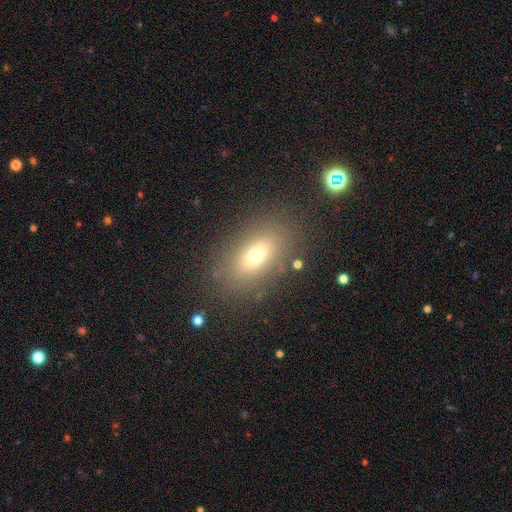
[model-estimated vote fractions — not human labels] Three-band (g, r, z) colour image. It shows a smooth galaxy with no disk features (68%) that is in between round and cigar-shaped (81%). Merging: none (82%).